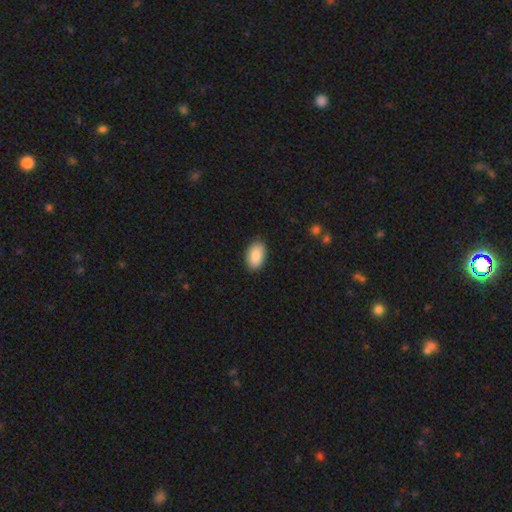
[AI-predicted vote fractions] Smooth or featured: smooth — 89% (star or artifact — 6%)
How rounded: in between — 93% (round — 6%)
Merging: none — 87% (minor disturbance — 10%)